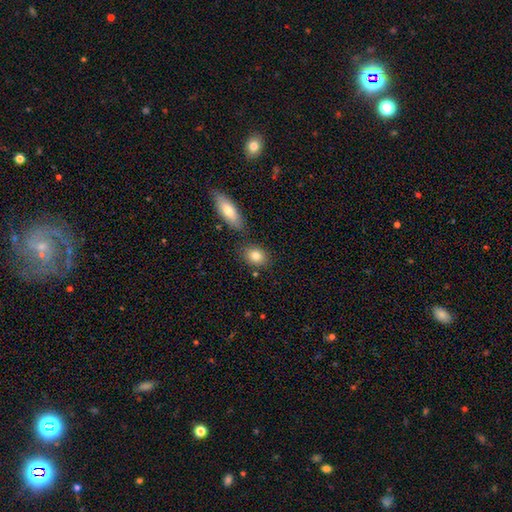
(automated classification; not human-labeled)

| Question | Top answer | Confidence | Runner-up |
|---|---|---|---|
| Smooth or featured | smooth | 82% | featured or disk (10%) |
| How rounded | in between | 59% | round (39%) |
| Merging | none | 75% | minor disturbance (11%) |